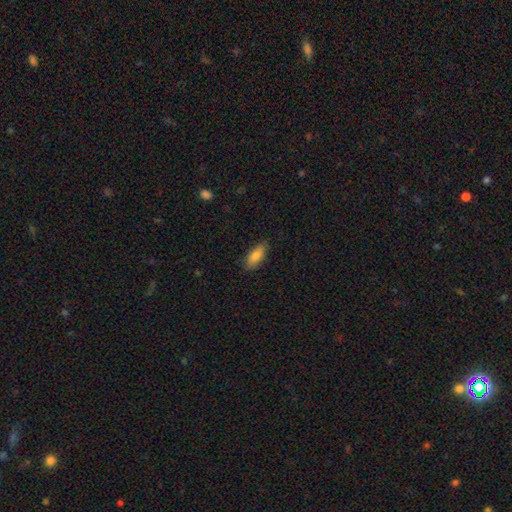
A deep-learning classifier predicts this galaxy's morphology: Smooth or featured: smooth — 81% (featured or disk — 12%)
How rounded: in between — 82% (cigar-shaped — 16%)
Merging: none — 86% (minor disturbance — 11%)